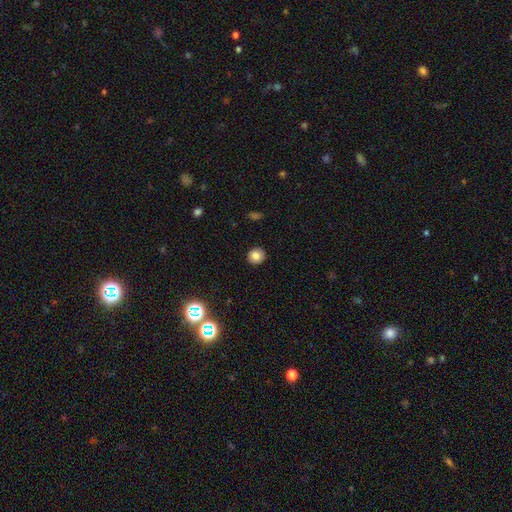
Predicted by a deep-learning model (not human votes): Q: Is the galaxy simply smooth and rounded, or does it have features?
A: smooth — 83%.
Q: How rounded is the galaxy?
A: round — 90%.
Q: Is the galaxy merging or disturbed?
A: none — 92%.